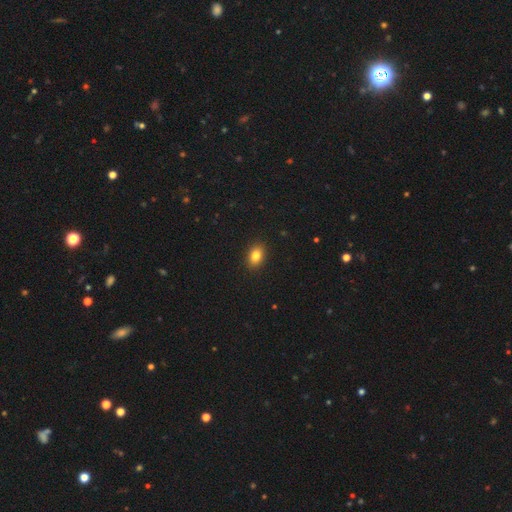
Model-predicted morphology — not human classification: This appears to be a smooth galaxy with no disk features (84%) that is in between round and cigar-shaped (78%). Merging: none (90%).